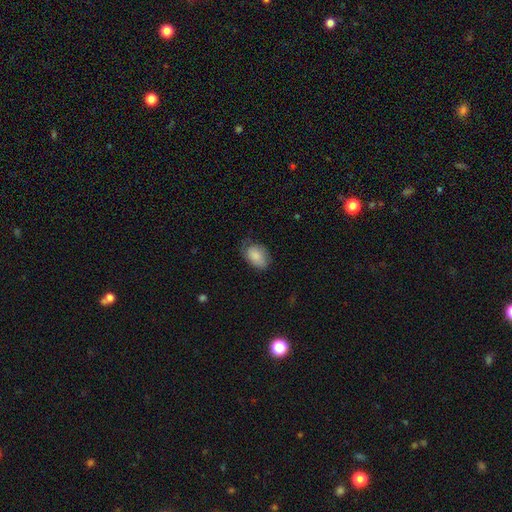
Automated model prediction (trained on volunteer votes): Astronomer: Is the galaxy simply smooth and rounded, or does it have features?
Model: smooth — 81%.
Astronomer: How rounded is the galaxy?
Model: in between — 88%.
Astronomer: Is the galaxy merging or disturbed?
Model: none — 57%.